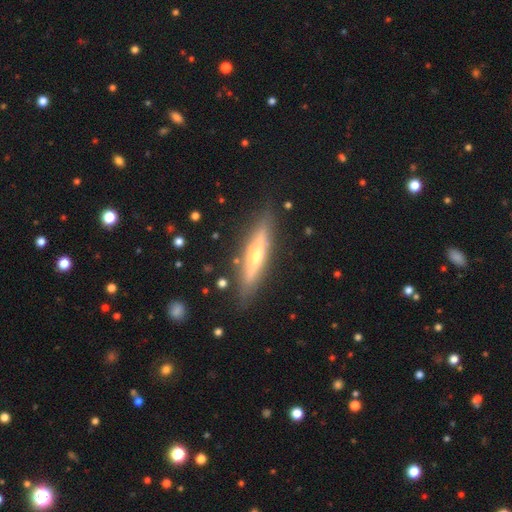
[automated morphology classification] Overall: featured or disk (61%; smooth 32%). Edge-on disk: yes (91%). Edge-on bulge: rounded (81%). Merging: none (86%).